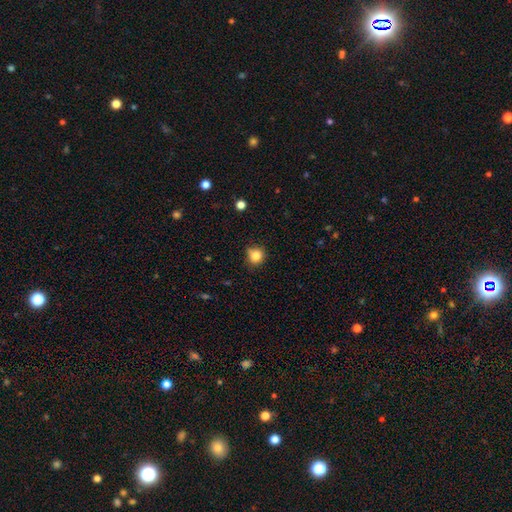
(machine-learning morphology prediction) type=smooth (83%); roundness=round (84%); merging=none (70%).